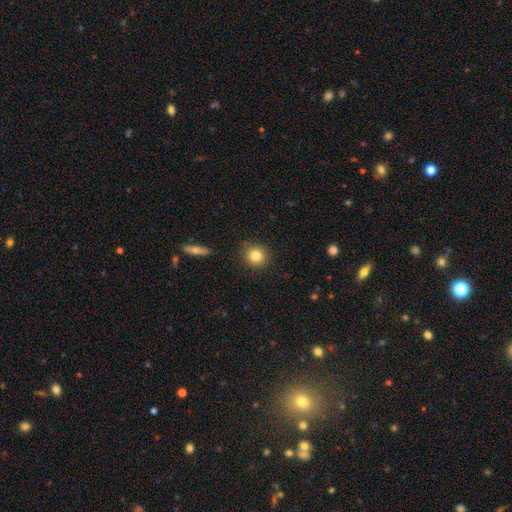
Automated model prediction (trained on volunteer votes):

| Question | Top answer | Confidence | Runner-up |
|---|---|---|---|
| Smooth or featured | smooth | 83% | star or artifact (10%) |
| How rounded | round | 88% | in between (11%) |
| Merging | none | 88% | minor disturbance (8%) |